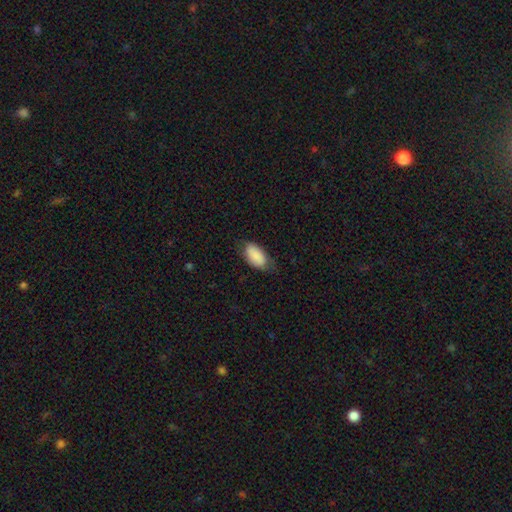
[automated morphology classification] type=smooth (85%); roundness=in between (94%); merging=none (64%).